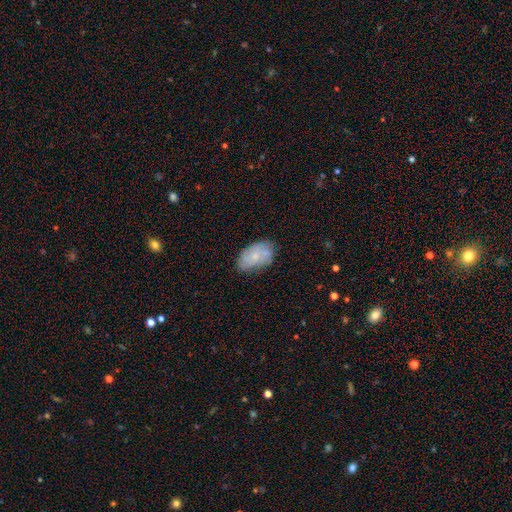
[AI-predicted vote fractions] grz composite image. It shows a smooth galaxy with no disk features (57%) that is in between round and cigar-shaped (92%). Merging: none (62%).